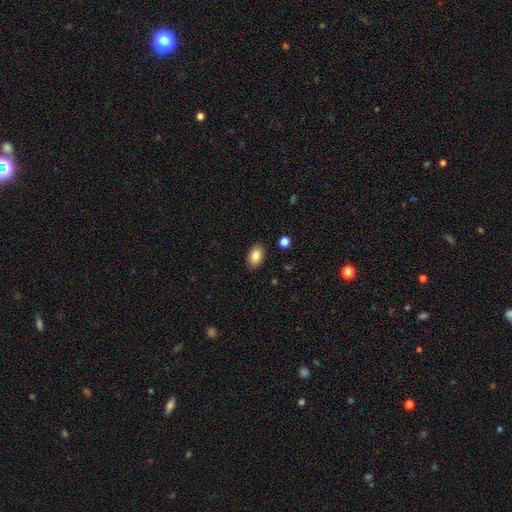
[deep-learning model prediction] Overall: smooth (84%). How rounded: in between (88%). Merging: none (88%).